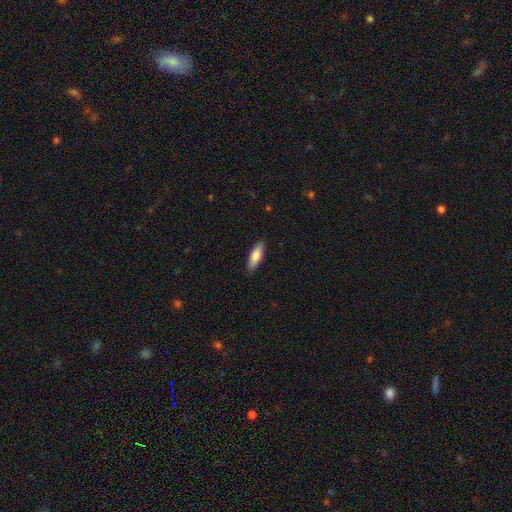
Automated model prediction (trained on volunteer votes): Smooth or featured: smooth — 83% (featured or disk — 12%)
How rounded: in between — 54% (cigar-shaped — 44%)
Merging: none — 88% (minor disturbance — 9%)